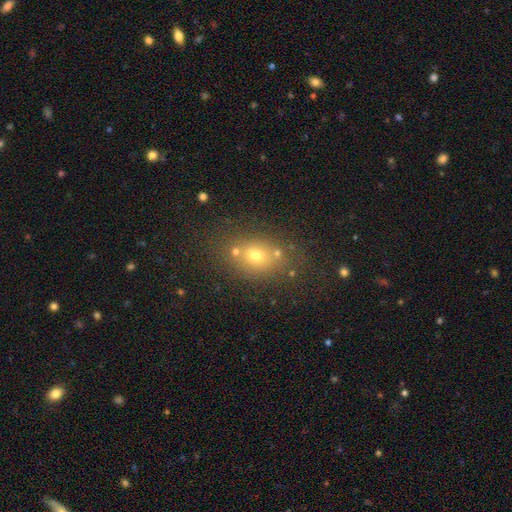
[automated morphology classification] This appears to be a smooth galaxy with no disk features (66%) that is in between round and cigar-shaped (52%). Merging: none (68%).